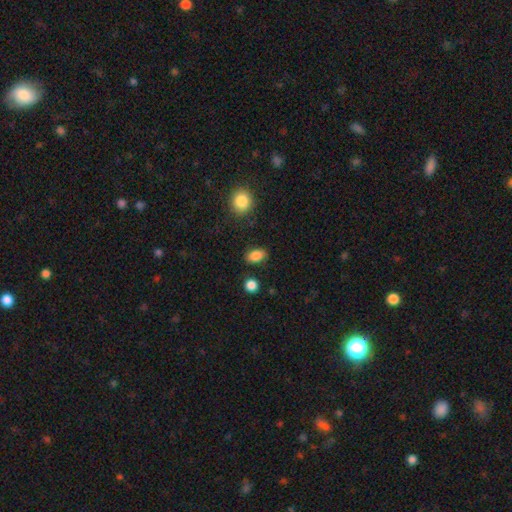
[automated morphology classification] This is clearly a smooth galaxy (86%). How rounded: clearly in between (83%). Merging: likely none (80%).